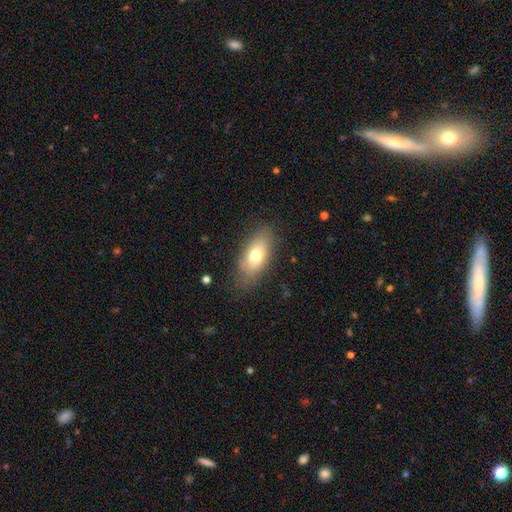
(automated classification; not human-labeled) smooth_or_featured: smooth (p=0.70) [alt: featured or disk p=0.22]
how_rounded: in between (p=0.86) [alt: cigar-shaped p=0.09]
merging: none (p=0.76) [alt: minor disturbance p=0.17]